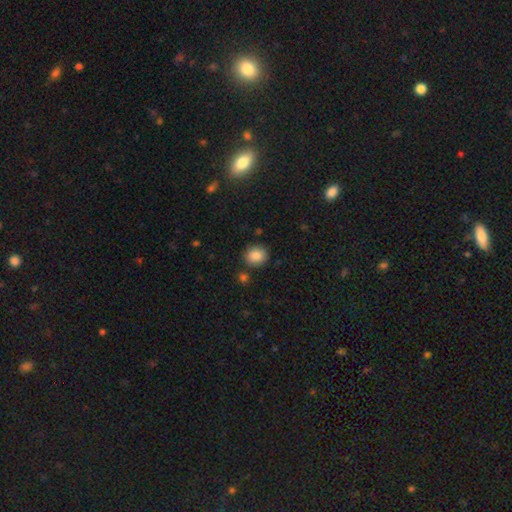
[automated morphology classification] Smooth or featured? Predicted: smooth (p=0.86). How rounded? Predicted: round (p=0.74). Merging? Predicted: none (p=0.84).